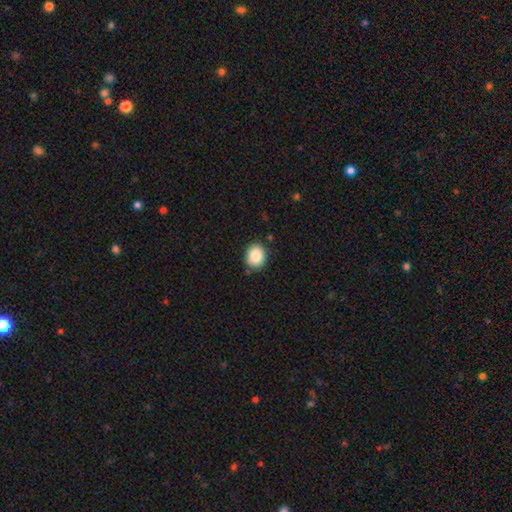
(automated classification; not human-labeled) Smooth or featured: smooth — 86% (star or artifact — 9%)
How rounded: round — 66% (in between — 33%)
Merging: none — 83% (minor disturbance — 12%)